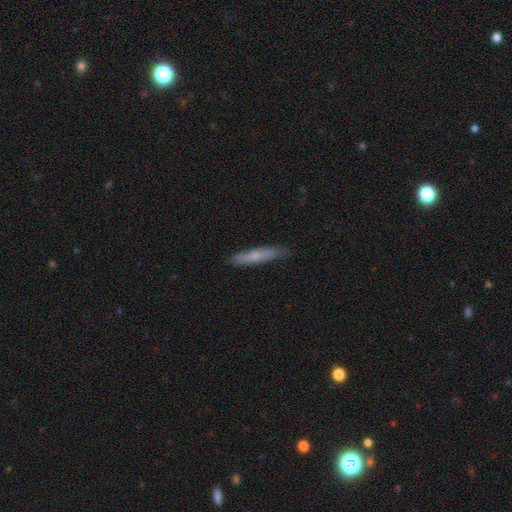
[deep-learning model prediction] Smooth or featured? smooth (62%)
How rounded? cigar-shaped (91%)
Merging? none (83%)